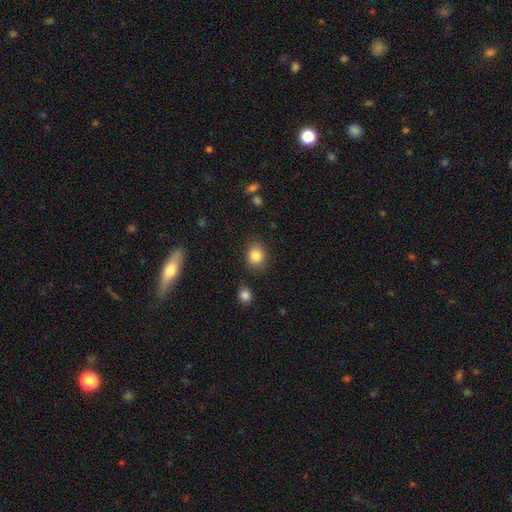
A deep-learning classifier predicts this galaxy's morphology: A smooth galaxy with no disk features (85%) that is round (70%).

Vote fractions:
- Smooth or featured? smooth: 85% / star or artifact: 10% / featured or disk: 6%
- How rounded? round: 70% / in between: 29% / cigar-shaped: 1%
- Merging? none: 84% / minor disturbance: 10% / major disturbance: 3% / merger: 3%